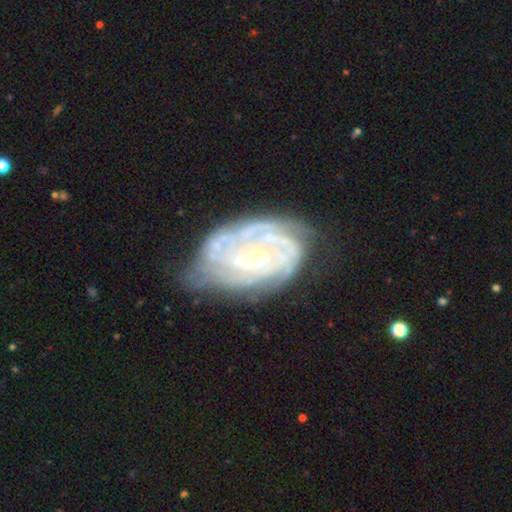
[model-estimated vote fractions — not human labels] Smooth or featured? Predicted: featured or disk (p=0.84). Edge-on disk? Predicted: no (p=0.96). Bar? Predicted: no (p=0.78). Spiral arms? Predicted: yes (p=0.92). Spiral winding? Predicted: tight (p=0.74). Spiral arm count? Predicted: can't tell (p=0.38). Bulge size? Predicted: small (p=0.76). Merging? Predicted: none (p=0.57).